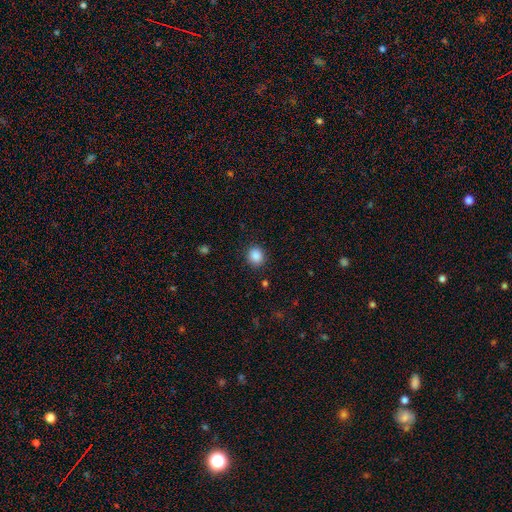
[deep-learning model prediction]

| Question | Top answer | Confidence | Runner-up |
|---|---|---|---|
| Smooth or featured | smooth | 87% | star or artifact (10%) |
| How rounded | round | 83% | in between (16%) |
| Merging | none | 89% | minor disturbance (7%) |